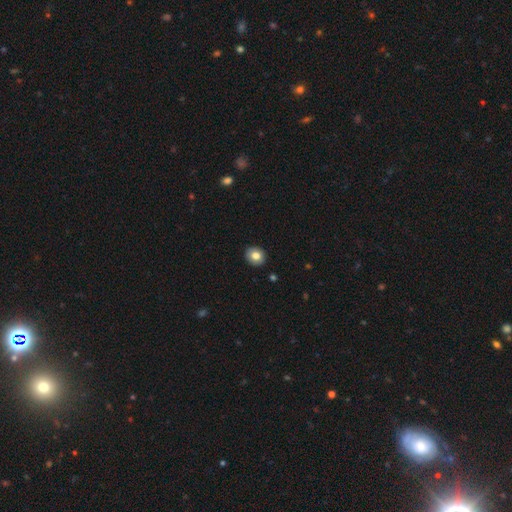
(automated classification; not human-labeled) Smooth or featured?
  - smooth: 79% *
  - featured or disk: 12%
  - star or artifact: 9%
How rounded?
  - round: 77% *
  - in between: 23%
  - cigar-shaped: 1%
Merging?
  - none: 91% *
  - minor disturbance: 6%
  - major disturbance: 2%
  - merger: 1%